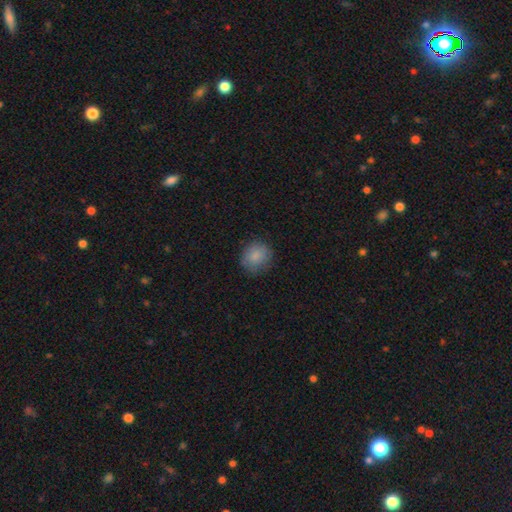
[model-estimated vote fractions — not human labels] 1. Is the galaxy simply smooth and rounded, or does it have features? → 86% smooth, 8% star or artifact, 6% featured or disk.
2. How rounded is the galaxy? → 81% round, 18% in between, 1% cigar-shaped.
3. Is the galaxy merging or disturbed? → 82% none, 14% minor disturbance, 4% major disturbance, 1% merger.